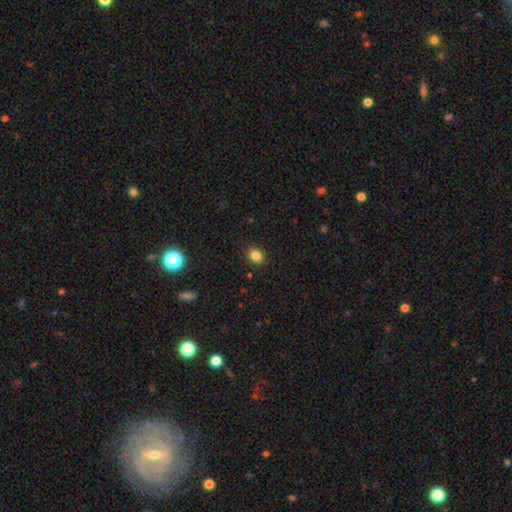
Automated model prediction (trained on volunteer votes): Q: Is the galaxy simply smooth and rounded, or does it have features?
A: smooth — 83%.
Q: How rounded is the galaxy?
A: round — 57%.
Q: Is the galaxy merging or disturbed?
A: none — 89%.